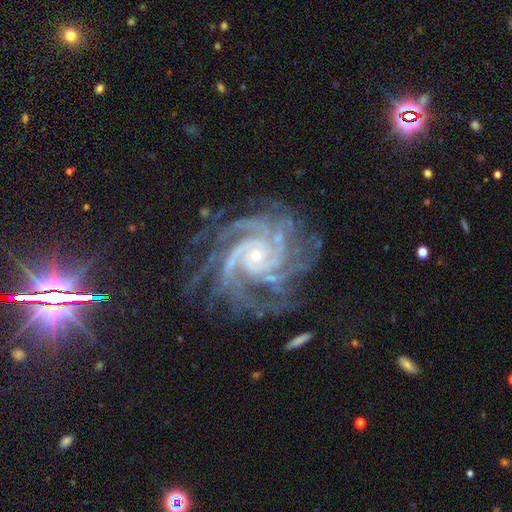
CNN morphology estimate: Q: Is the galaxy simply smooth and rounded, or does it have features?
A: featured or disk — 92%.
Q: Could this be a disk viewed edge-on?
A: no — 98%.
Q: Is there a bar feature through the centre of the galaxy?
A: no — 71%.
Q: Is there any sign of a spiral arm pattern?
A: yes — 99%.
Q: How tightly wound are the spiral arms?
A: tight — 71%.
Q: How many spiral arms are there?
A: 4 — 30%.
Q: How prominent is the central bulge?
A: small — 80%.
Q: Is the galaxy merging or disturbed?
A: none — 71%.